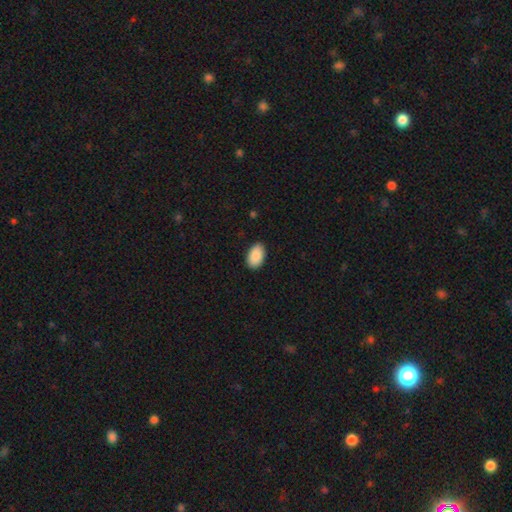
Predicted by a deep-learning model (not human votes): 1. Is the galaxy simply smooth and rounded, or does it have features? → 91% smooth, 6% star or artifact, 3% featured or disk.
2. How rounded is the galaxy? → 94% in between, 5% round, 1% cigar-shaped.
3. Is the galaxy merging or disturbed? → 89% none, 8% minor disturbance, 2% major disturbance, 1% merger.